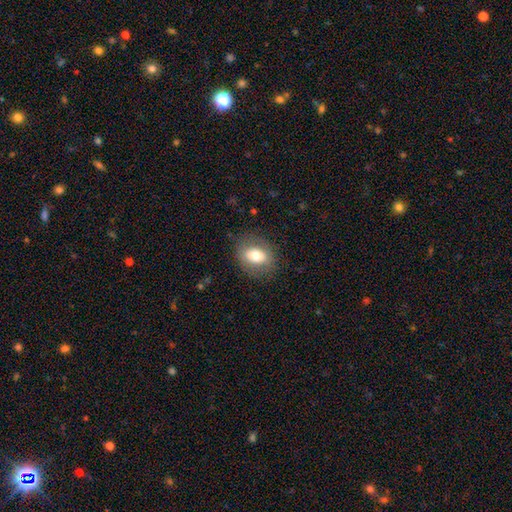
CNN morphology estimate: Q: Smooth or featured?
A: smooth (68%); runner-up: featured or disk (24%)
Q: How rounded?
A: in between (66%); runner-up: round (33%)
Q: Merging?
A: none (81%); runner-up: minor disturbance (13%)